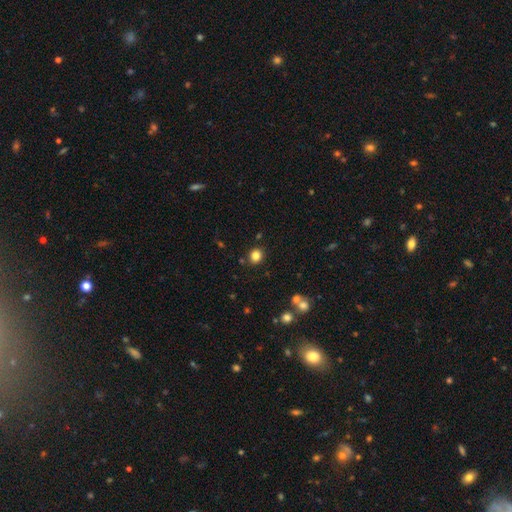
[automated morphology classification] A smooth galaxy with no disk features (83%) that is round (75%). Merging: none (87%).